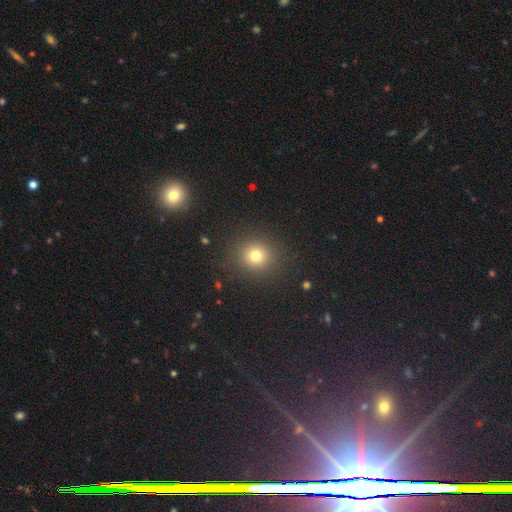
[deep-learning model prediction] A smooth galaxy with no disk features (75%) that is round (87%).

Vote fractions:
- Smooth or featured? smooth: 75% / star or artifact: 16% / featured or disk: 8%
- How rounded? round: 87% / in between: 12% / cigar-shaped: 1%
- Merging? none: 88% / minor disturbance: 7% / major disturbance: 3% / merger: 1%